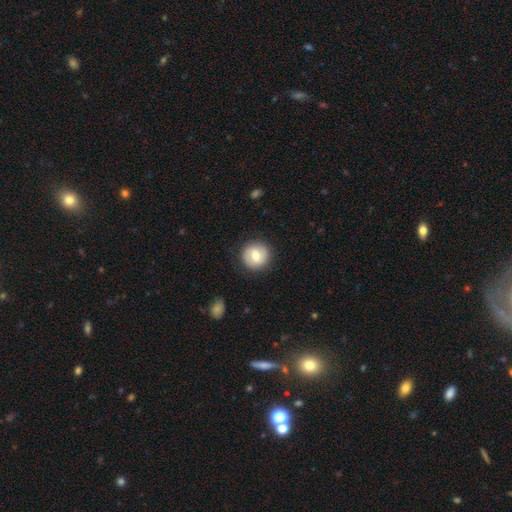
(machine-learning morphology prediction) smooth_or_featured: smooth (p=0.65) [alt: featured or disk p=0.27]
how_rounded: round (p=0.93) [alt: in between p=0.06]
merging: none (p=0.87) [alt: minor disturbance p=0.09]